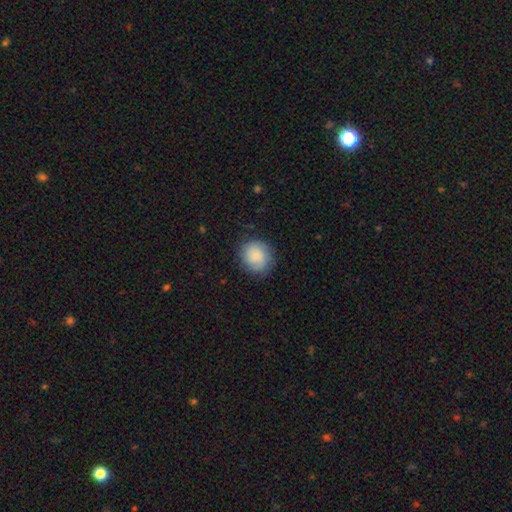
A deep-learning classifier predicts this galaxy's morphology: Smooth or featured: smooth — 82% (featured or disk — 11%)
How rounded: round — 76% (in between — 23%)
Merging: none — 82% (minor disturbance — 13%)